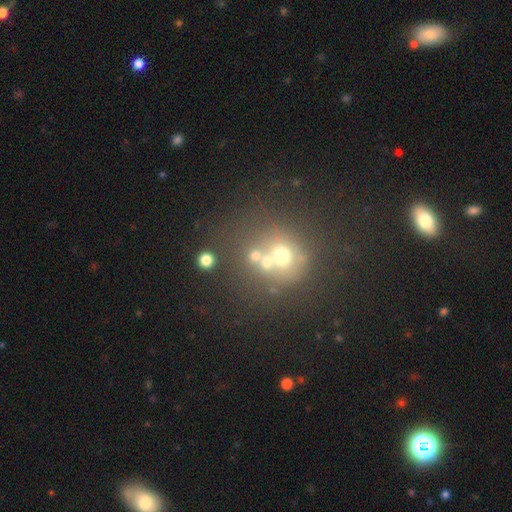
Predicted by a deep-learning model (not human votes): smooth-or-featured: smooth: 60% | star or artifact: 23% | featured or disk: 17%
  how-rounded: round: 84% | in between: 15% | cigar-shaped: 1%
  merging: none: 49% | merger: 36% | minor disturbance: 9% | major disturbance: 6%